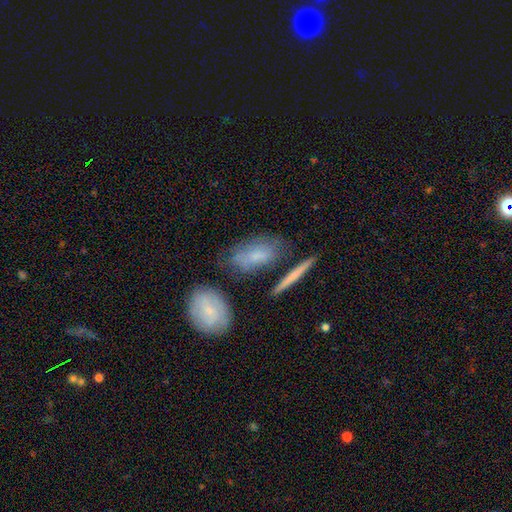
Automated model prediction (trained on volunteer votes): smooth_or_featured: smooth (p=0.65) [alt: featured or disk p=0.27]
how_rounded: in between (p=0.80) [alt: cigar-shaped p=0.14]
merging: none (p=0.61) [alt: minor disturbance p=0.22]